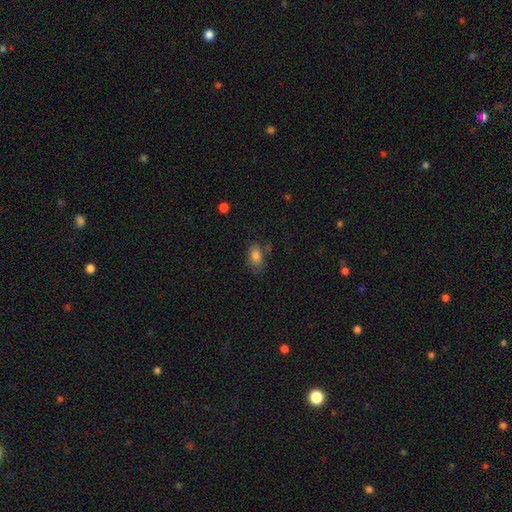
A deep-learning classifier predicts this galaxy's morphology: A smooth galaxy with no disk features (82%) that is in between round and cigar-shaped (85%).

Vote fractions:
- Smooth or featured? smooth: 82% / star or artifact: 9% / featured or disk: 9%
- How rounded? in between: 85% / round: 13% / cigar-shaped: 2%
- Merging? none: 64% / minor disturbance: 22% / major disturbance: 8% / merger: 6%